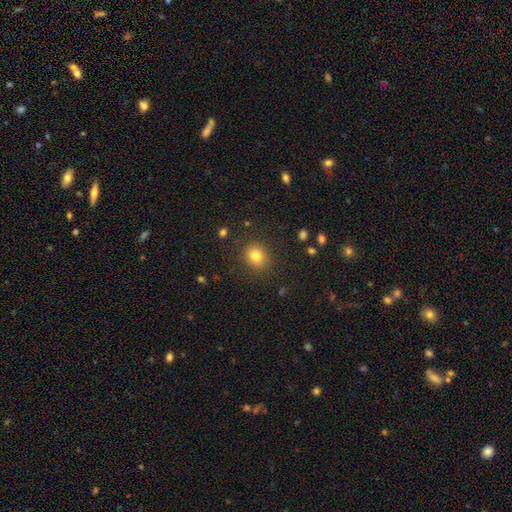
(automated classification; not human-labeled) Morphology: type=smooth (81%); roundness=round (72%); merging=none (87%).